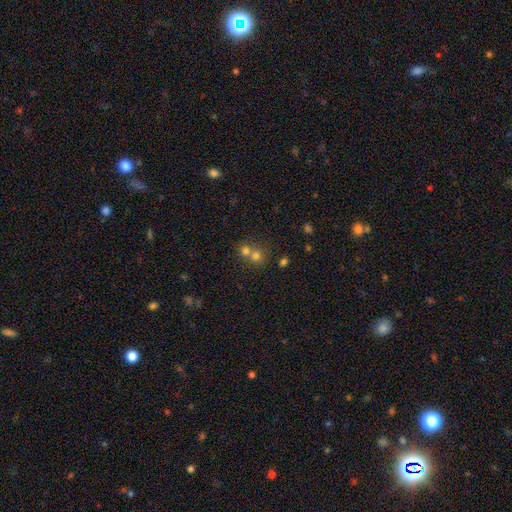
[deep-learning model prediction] A smooth galaxy with no disk features (70%) that is round (82%).

Vote fractions:
- Smooth or featured? smooth: 70% / star or artifact: 17% / featured or disk: 13%
- How rounded? round: 82% / in between: 17% / cigar-shaped: 1%
- Merging? merger: 55% / none: 38% / minor disturbance: 5% / major disturbance: 2%